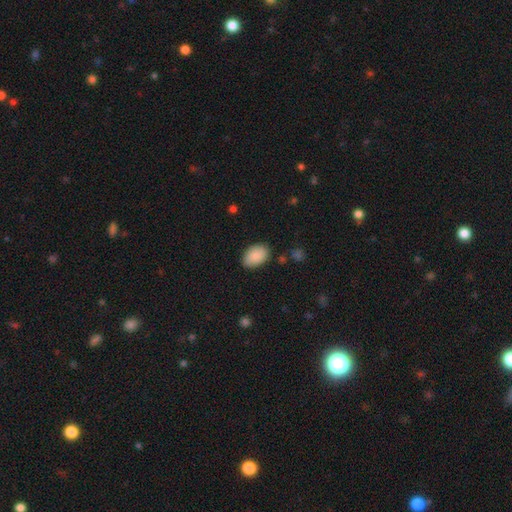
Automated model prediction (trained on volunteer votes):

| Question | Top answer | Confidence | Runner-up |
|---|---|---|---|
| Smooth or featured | smooth | 89% | star or artifact (6%) |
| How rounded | in between | 88% | round (11%) |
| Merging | none | 82% | minor disturbance (13%) |